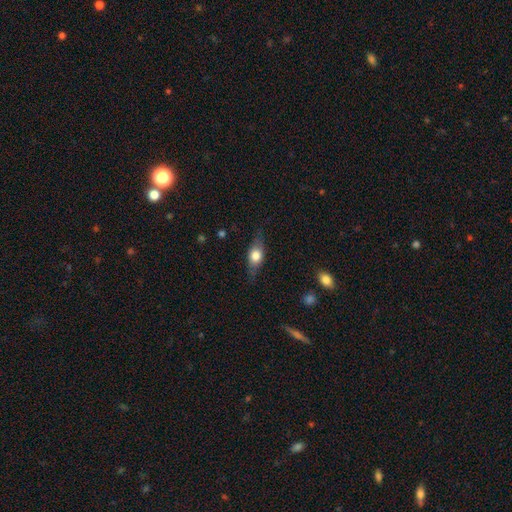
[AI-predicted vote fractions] smooth-or-featured: smooth: 63% | featured or disk: 30% | star or artifact: 7%
  how-rounded: in between: 70% | cigar-shaped: 17% | round: 13%
  merging: none: 75% | minor disturbance: 19% | major disturbance: 5% | merger: 1%